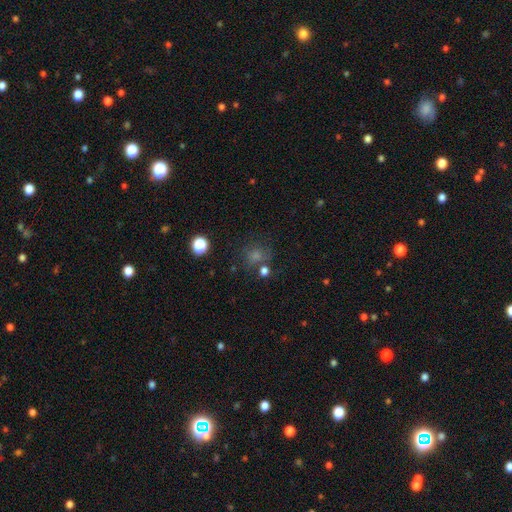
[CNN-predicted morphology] smooth-or-featured: smooth: 51% | star or artifact: 35% | featured or disk: 14%
  how-rounded: round: 84% | in between: 15% | cigar-shaped: 1%
  merging: none: 72% | minor disturbance: 12% | merger: 9% | major disturbance: 7%